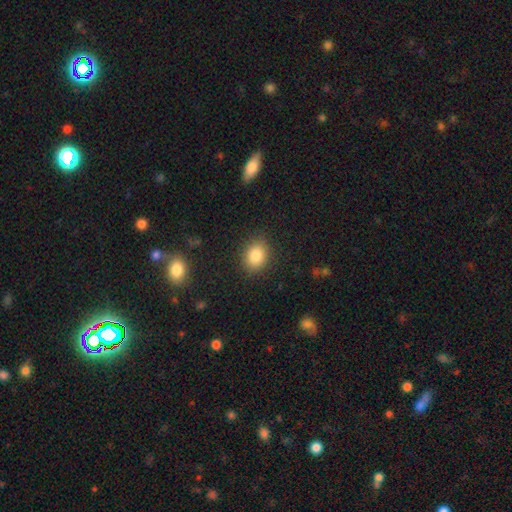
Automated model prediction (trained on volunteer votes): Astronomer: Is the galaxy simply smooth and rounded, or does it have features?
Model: smooth — 84%.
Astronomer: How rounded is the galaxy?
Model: in between — 50% (runner-up: round, 49%).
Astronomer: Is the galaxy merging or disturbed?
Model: none — 87%.